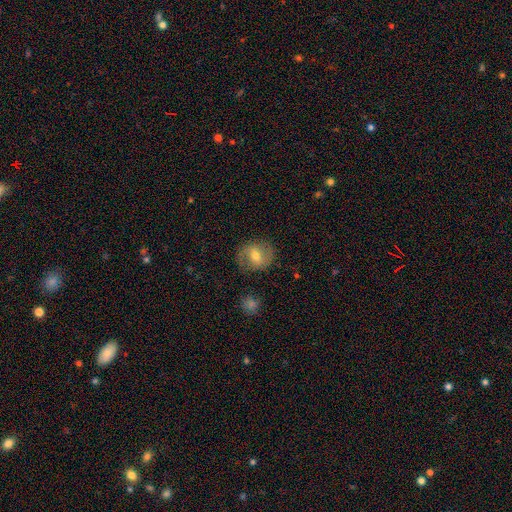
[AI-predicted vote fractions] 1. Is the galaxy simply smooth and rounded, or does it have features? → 51% smooth, 41% featured or disk, 8% star or artifact.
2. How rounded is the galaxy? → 63% round, 36% in between, 1% cigar-shaped.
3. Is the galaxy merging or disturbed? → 80% none, 13% minor disturbance, 5% major disturbance, 2% merger.